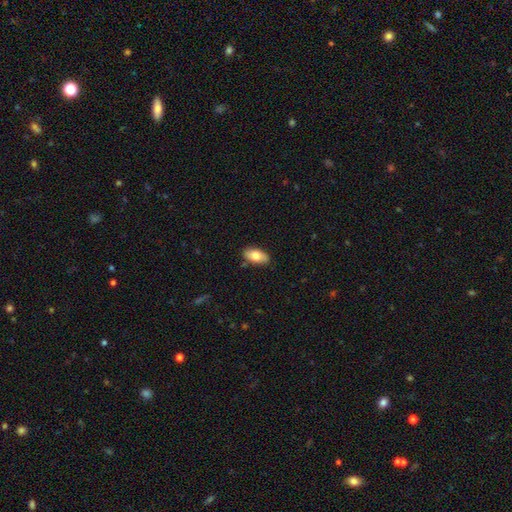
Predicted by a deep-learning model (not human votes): This appears to be a smooth galaxy with no disk features (78%) that is in between round and cigar-shaped (92%). Merging: none (85%).